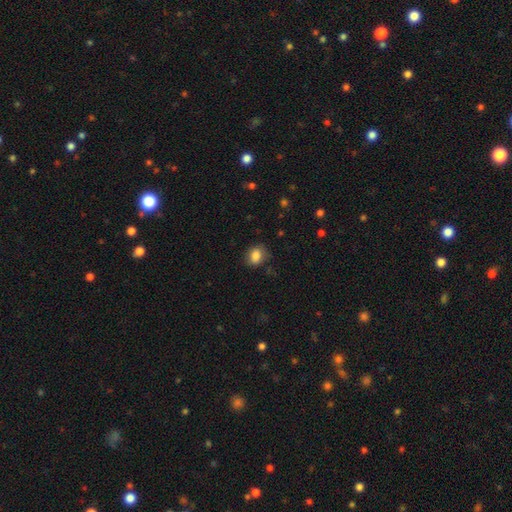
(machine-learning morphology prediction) smooth 84%, star or artifact 9%, featured or disk 8%. Down the decision tree: how rounded — in between (61%); merging — none (74%).